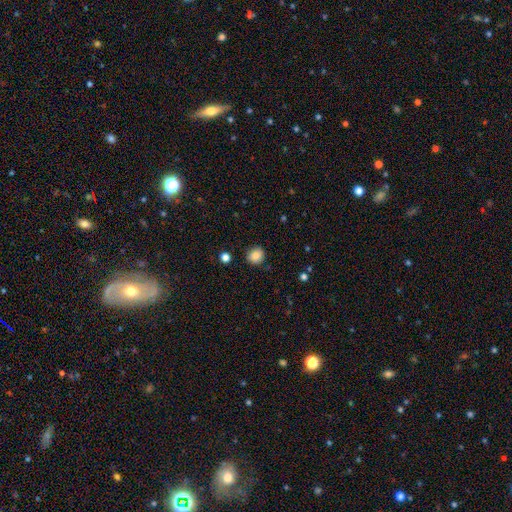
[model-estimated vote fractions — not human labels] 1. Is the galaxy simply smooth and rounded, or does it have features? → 86% smooth, 10% star or artifact, 5% featured or disk.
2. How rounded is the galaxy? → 84% round, 15% in between, 1% cigar-shaped.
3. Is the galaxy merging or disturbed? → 88% none, 9% minor disturbance, 2% major disturbance, 2% merger.